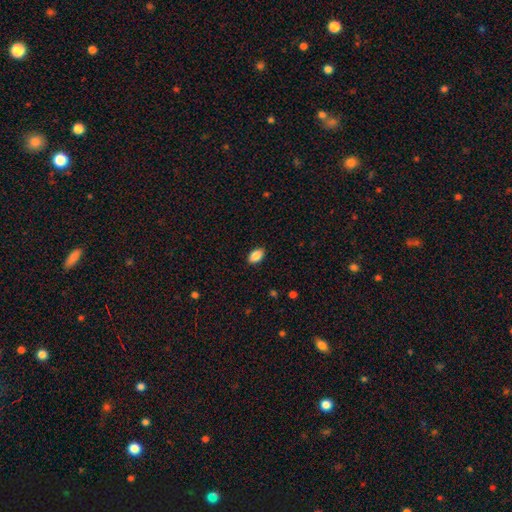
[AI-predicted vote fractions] This appears to be a smooth galaxy with no disk features (88%) that is in between round and cigar-shaped (91%). Merging: none (88%).